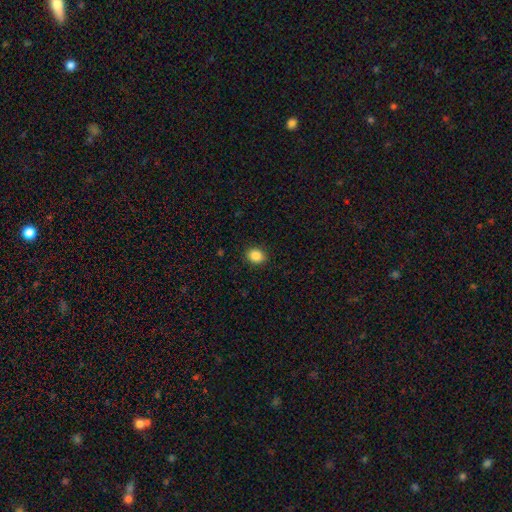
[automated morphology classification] This appears to be a smooth galaxy with no disk features (86%) that is round (55%). Merging: none (91%).